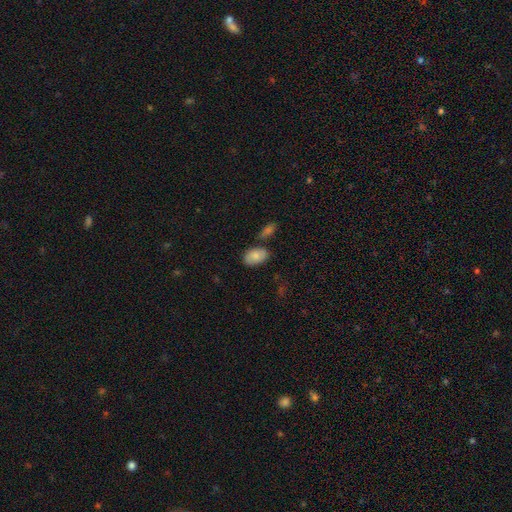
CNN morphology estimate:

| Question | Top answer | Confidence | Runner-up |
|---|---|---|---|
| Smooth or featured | smooth | 81% | featured or disk (12%) |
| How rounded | in between | 91% | round (8%) |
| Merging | none | 68% | minor disturbance (17%) |